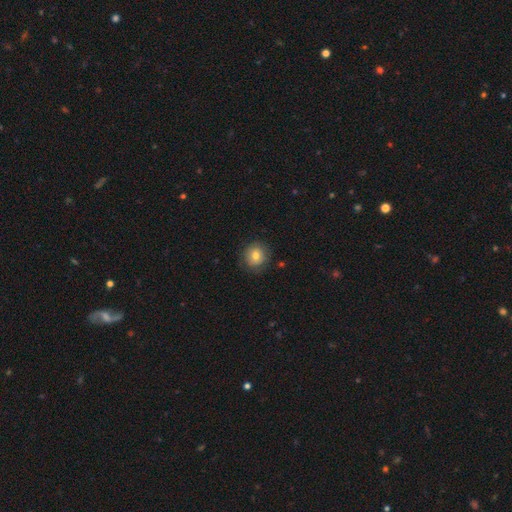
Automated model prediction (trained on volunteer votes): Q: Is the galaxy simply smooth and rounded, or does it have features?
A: smooth — 73%.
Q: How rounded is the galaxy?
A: round — 89%.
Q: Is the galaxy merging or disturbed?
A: none — 81%.